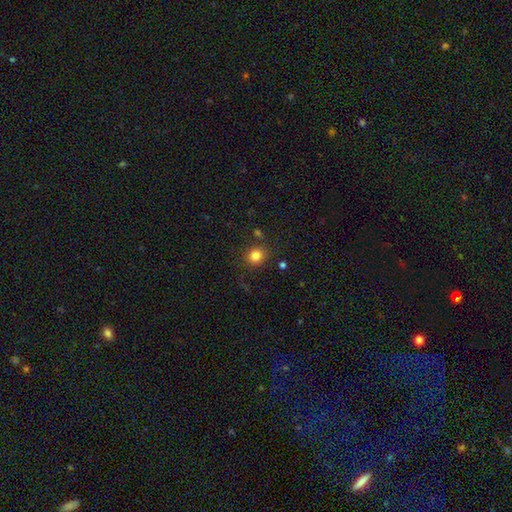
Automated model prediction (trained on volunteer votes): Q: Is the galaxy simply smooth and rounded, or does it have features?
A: smooth — 82%.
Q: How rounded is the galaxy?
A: round — 79%.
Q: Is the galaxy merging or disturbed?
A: none — 85%.